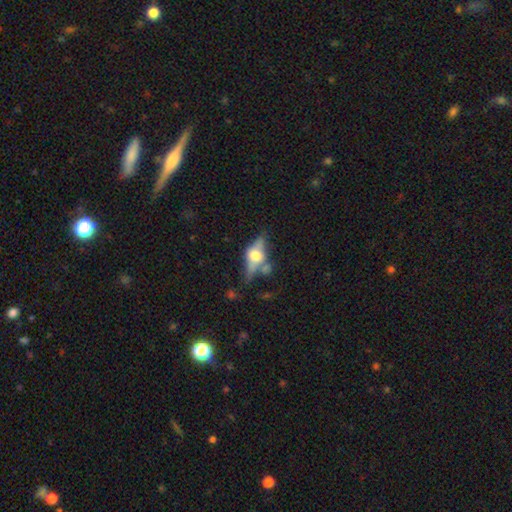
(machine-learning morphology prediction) Smooth or featured?
  - featured or disk: 59% *
  - smooth: 33%
  - star or artifact: 9%
Edge-on disk?
  - yes: 79% *
  - no: 21%
Merging?
  - none: 52% *
  - minor disturbance: 20%
  - merger: 16%
  - major disturbance: 13%